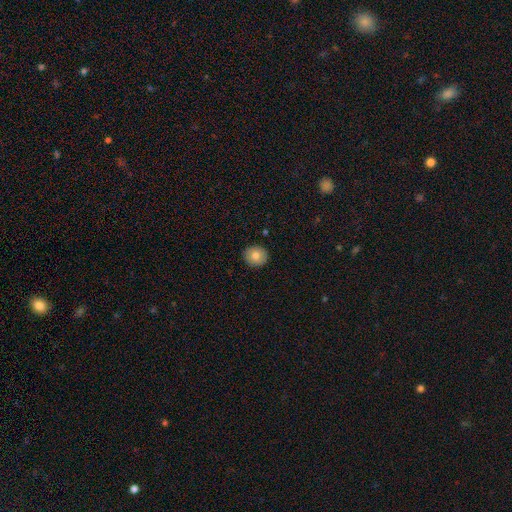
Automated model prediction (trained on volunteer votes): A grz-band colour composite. It shows a smooth galaxy with no disk features (79%) that is round (89%). Merging: none (91%).